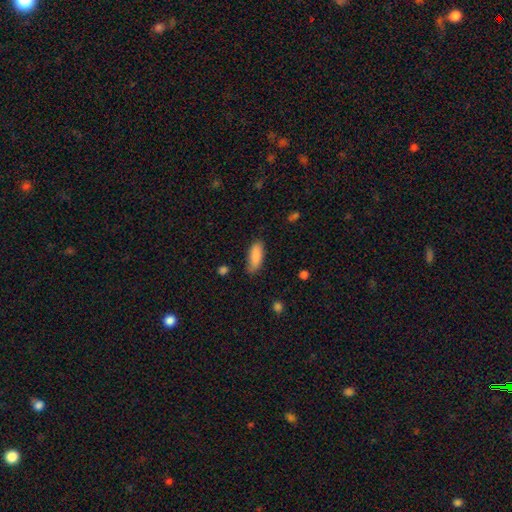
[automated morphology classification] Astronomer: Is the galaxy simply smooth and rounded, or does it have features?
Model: smooth — 87%.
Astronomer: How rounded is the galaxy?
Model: in between — 76%.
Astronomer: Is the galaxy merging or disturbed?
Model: none — 75%.